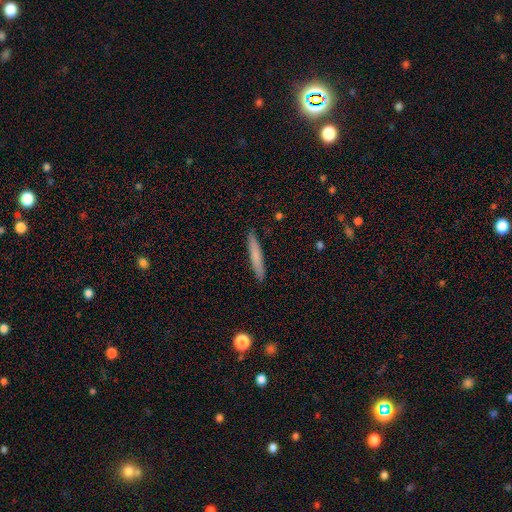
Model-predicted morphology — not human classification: A smooth galaxy with no disk features (74%) that is cigar-shaped (95%). Merging: none (90%).